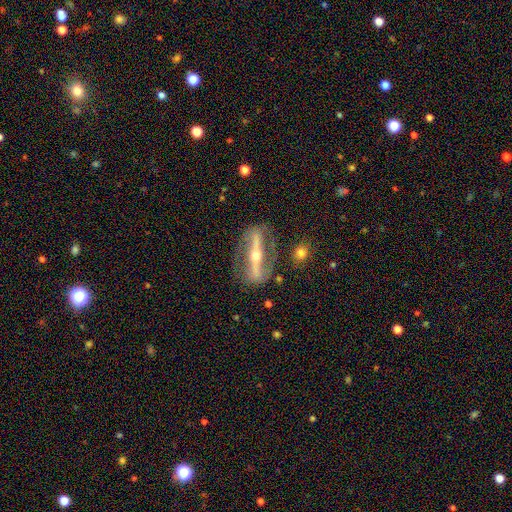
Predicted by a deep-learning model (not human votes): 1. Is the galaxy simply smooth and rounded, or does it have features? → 82% featured or disk, 12% smooth, 6% star or artifact.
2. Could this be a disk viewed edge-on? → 51% no, 49% yes.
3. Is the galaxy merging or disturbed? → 78% none, 12% minor disturbance, 8% major disturbance, 2% merger.